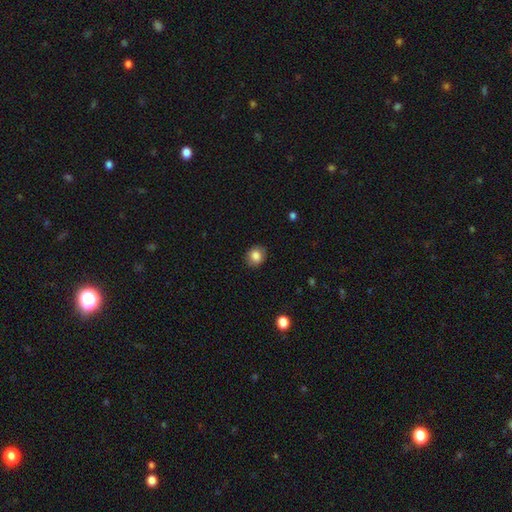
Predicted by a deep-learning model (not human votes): smooth-or-featured: smooth: 84% | star or artifact: 9% | featured or disk: 7%
  how-rounded: round: 69% | in between: 30% | cigar-shaped: 1%
  merging: none: 86% | minor disturbance: 11% | major disturbance: 3% | merger: 1%